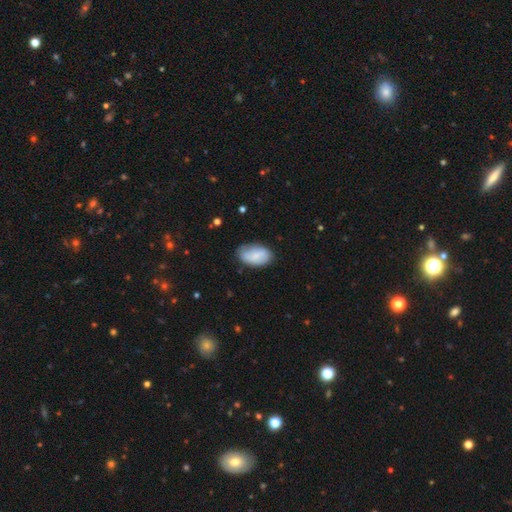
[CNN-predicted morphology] smooth-or-featured: smooth: 69% | featured or disk: 24% | star or artifact: 7%
  how-rounded: in between: 93% | round: 6% | cigar-shaped: 2%
  merging: none: 72% | minor disturbance: 22% | major disturbance: 5% | merger: 2%